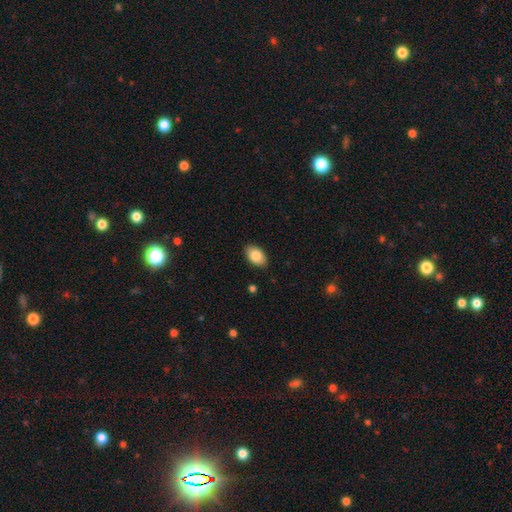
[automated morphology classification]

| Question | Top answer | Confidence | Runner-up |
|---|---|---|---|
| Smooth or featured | smooth | 85% | featured or disk (9%) |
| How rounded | in between | 91% | round (8%) |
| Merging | none | 87% | minor disturbance (9%) |